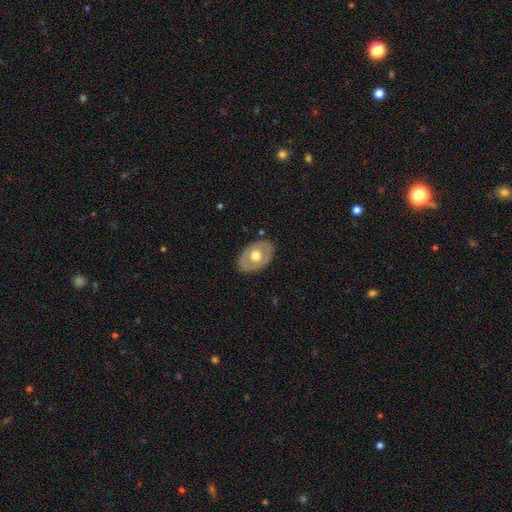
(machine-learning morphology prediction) A featured or disk galaxy (48%).

Vote fractions:
- Smooth or featured? featured or disk: 48% / smooth: 47% / star or artifact: 5%
- Merging? none: 83% / minor disturbance: 12% / major disturbance: 3% / merger: 1%